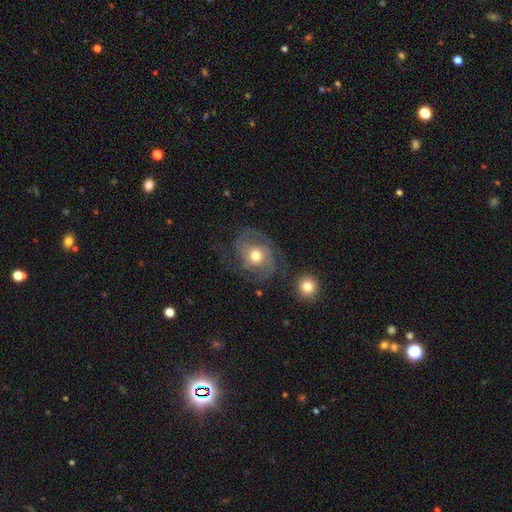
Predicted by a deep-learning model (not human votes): featured or disk 81%, smooth 13%, star or artifact 6%. Down the decision tree: edge-on disk — no (98%); bar — no (72%); spiral arms — yes (92%); spiral arm count — 2 (55%); spiral winding — medium (45%); bulge size — moderate (76%); merging — none (61%).